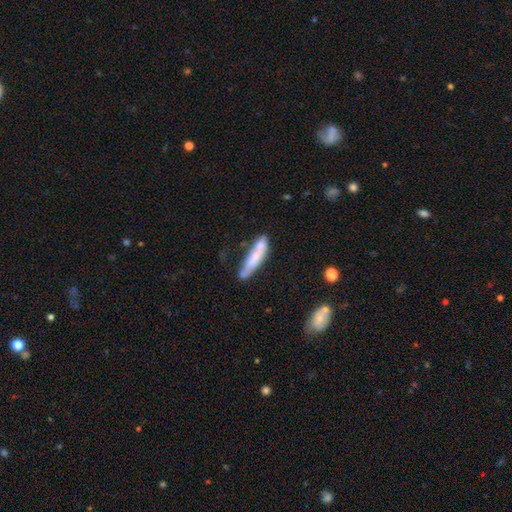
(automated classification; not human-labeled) A smooth galaxy with no disk features (59%) that is cigar-shaped (79%). Merging: none (49%).